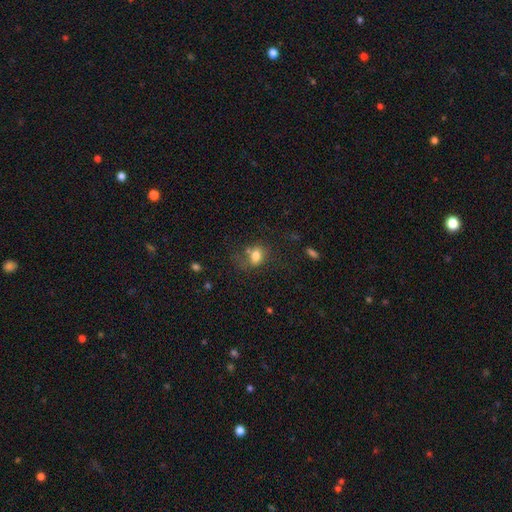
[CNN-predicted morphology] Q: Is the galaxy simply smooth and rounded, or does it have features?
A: smooth — 76%.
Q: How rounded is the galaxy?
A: in between — 64%.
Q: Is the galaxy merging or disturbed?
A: none — 48%.